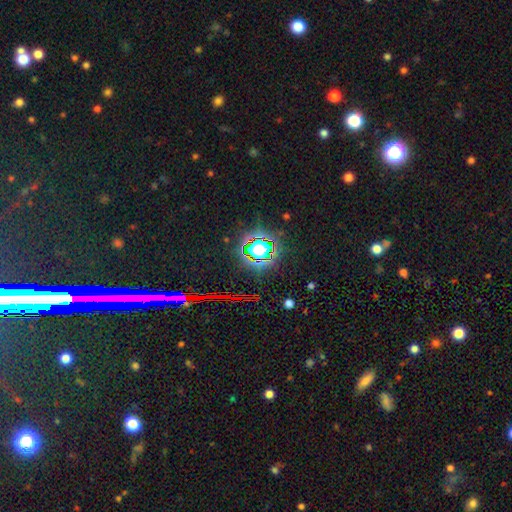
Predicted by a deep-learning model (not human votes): The model was most divided on "smooth or featured": star or artifact: 73%, smooth: 17%, featured or disk: 10%.